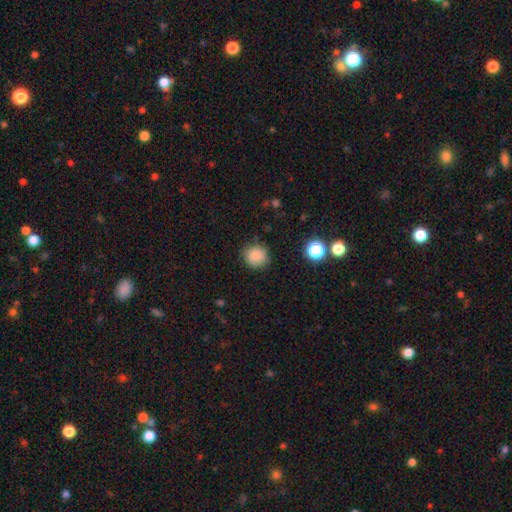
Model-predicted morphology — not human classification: Smooth or featured? Predicted: smooth (p=0.85). How rounded? Predicted: round (p=0.90). Merging? Predicted: none (p=0.84).